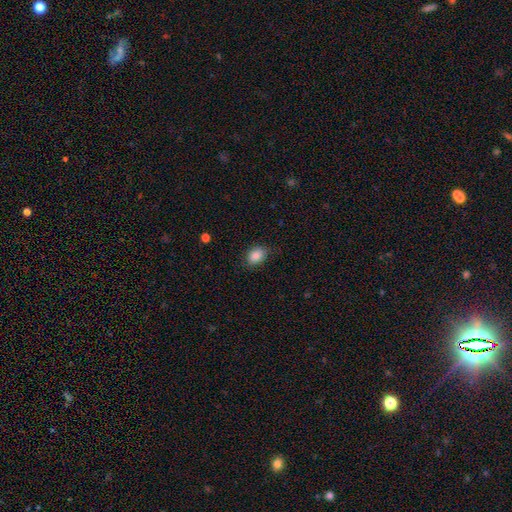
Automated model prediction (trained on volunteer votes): smooth 86%, star or artifact 8%, featured or disk 5%. Down the decision tree: how rounded — in between (72%); merging — none (77%).